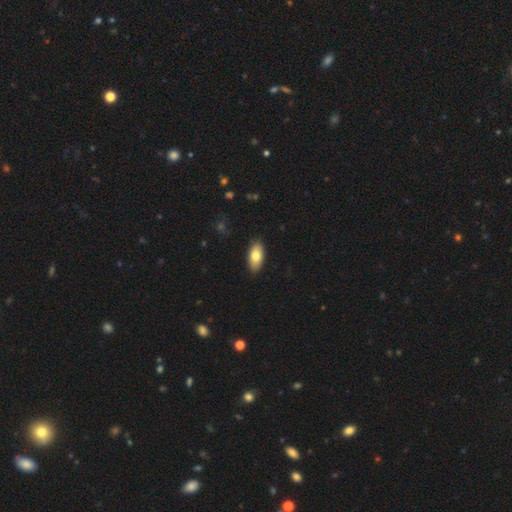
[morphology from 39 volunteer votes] A smooth galaxy with no disk features (72%) that is in between round and cigar-shaped (86%). Merging: none (80%).